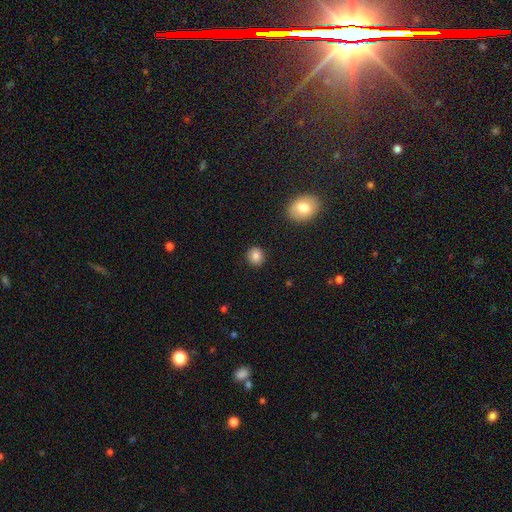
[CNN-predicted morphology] This appears to be a smooth galaxy with no disk features (84%) that is round (87%). Merging: none (91%).